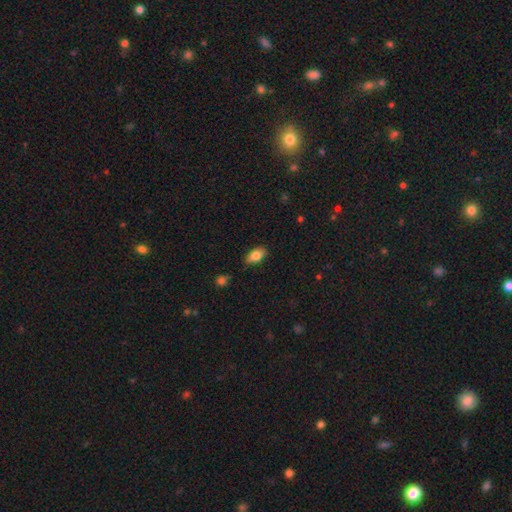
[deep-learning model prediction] A smooth galaxy with no disk features (82%) that is in between round and cigar-shaped (90%).

Vote fractions:
- Smooth or featured? smooth: 82% / featured or disk: 10% / star or artifact: 8%
- How rounded? in between: 90% / round: 5% / cigar-shaped: 5%
- Merging? none: 81% / minor disturbance: 15% / major disturbance: 3% / merger: 2%